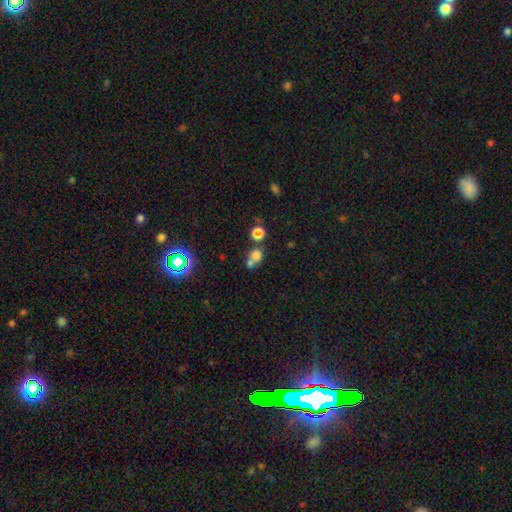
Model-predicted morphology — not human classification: This is likely a smooth galaxy (70%). How rounded: likely round (74%). Merging: possibly merger (47%).